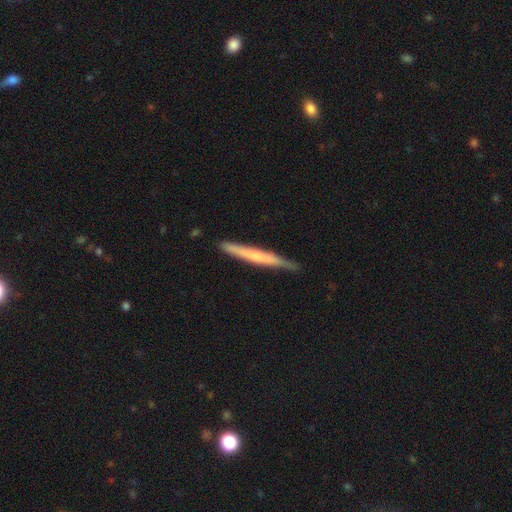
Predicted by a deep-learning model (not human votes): Q: Smooth or featured?
A: featured or disk (56%); runner-up: smooth (36%)
Q: Edge-on disk?
A: yes (96%); runner-up: no (4%)
Q: Edge-on bulge?
A: none (49%); runner-up: rounded (43%)
Q: Merging?
A: none (86%); runner-up: minor disturbance (10%)